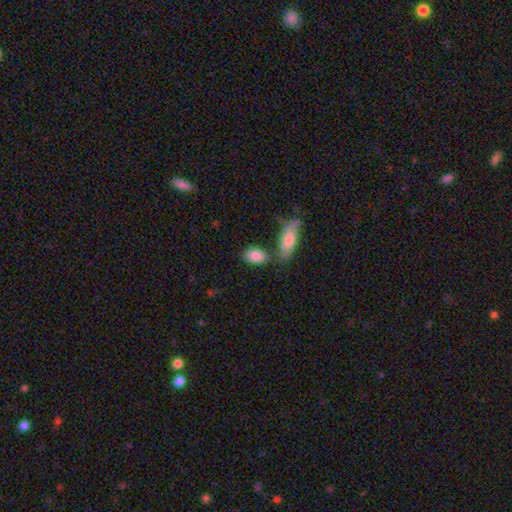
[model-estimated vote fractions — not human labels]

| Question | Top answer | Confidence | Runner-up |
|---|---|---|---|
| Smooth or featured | smooth | 86% | featured or disk (8%) |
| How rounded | in between | 88% | round (9%) |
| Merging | none | 61% | merger (18%) |